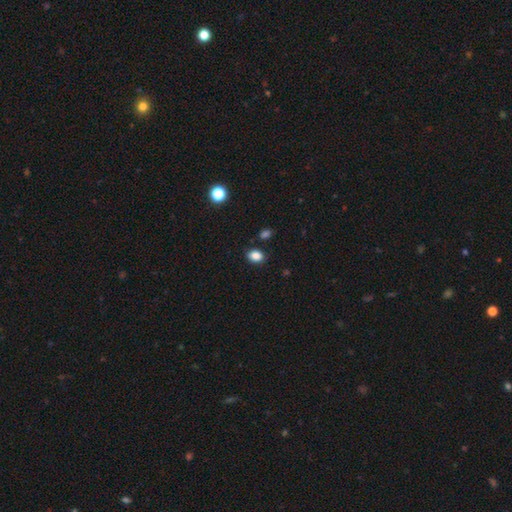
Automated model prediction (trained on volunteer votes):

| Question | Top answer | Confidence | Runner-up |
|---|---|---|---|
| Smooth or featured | smooth | 86% | star or artifact (10%) |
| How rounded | in between | 67% | round (32%) |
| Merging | none | 85% | minor disturbance (9%) |